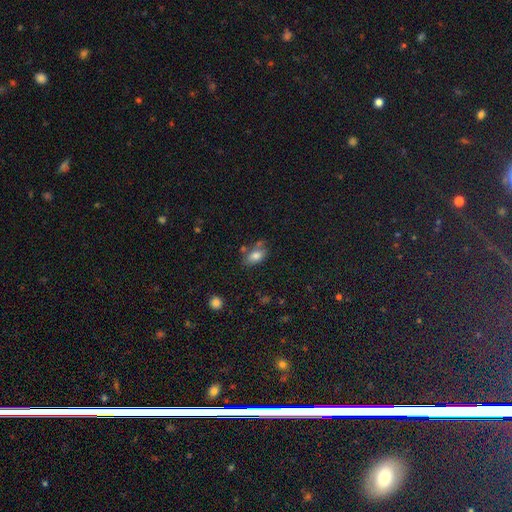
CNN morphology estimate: Smooth or featured?
  - smooth: 79% *
  - featured or disk: 11%
  - star or artifact: 10%
How rounded?
  - in between: 87% *
  - round: 9%
  - cigar-shaped: 4%
Merging?
  - none: 61% *
  - minor disturbance: 20%
  - merger: 14%
  - major disturbance: 6%